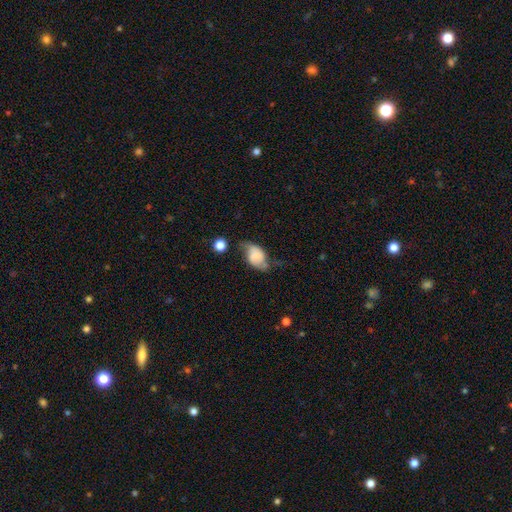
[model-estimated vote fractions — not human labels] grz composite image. It shows a smooth galaxy with no disk features (60%) that is in between round and cigar-shaped (81%). Merging: none (40%).